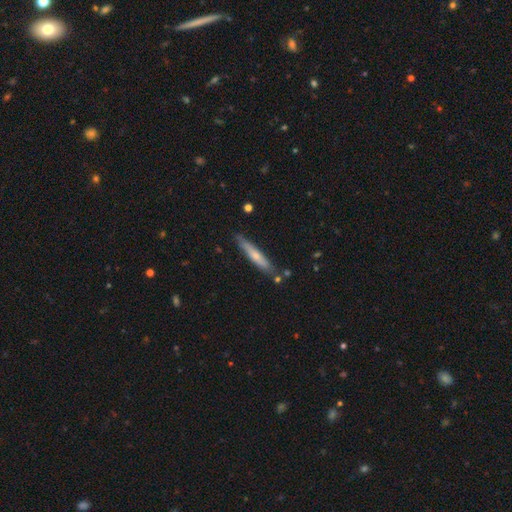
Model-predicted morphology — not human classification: Overall: smooth (56%; featured or disk 38%). How rounded: cigar-shaped (91%). Merging: none (78%).